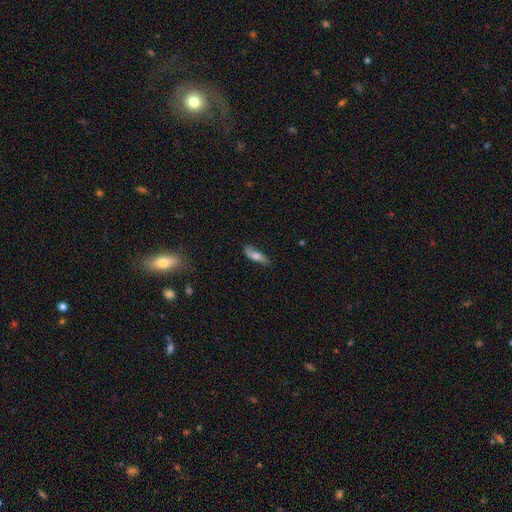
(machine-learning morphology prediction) Overall: smooth (59%; featured or disk 34%). How rounded: cigar-shaped (49%; in between 48%). Merging: none (73%).